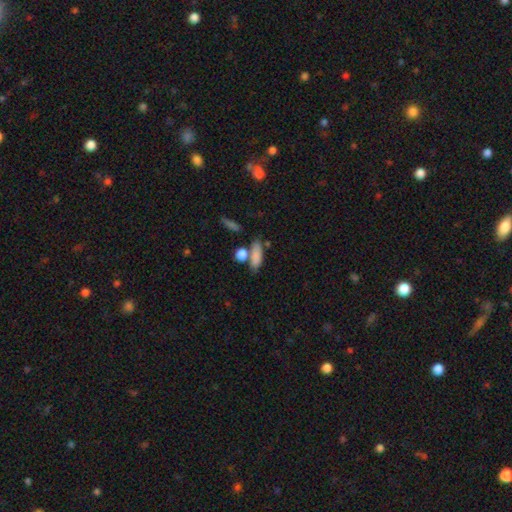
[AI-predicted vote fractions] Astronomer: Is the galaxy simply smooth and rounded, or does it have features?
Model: smooth — 83%.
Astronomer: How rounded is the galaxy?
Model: in between — 63%.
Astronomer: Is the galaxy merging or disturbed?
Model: none — 59%.